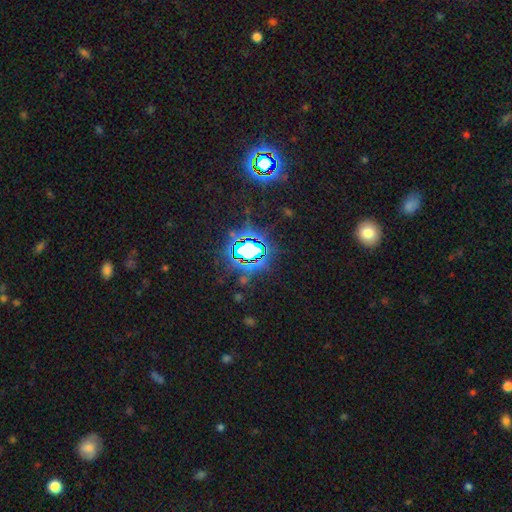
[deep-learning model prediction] Overall: star or artifact (83%).